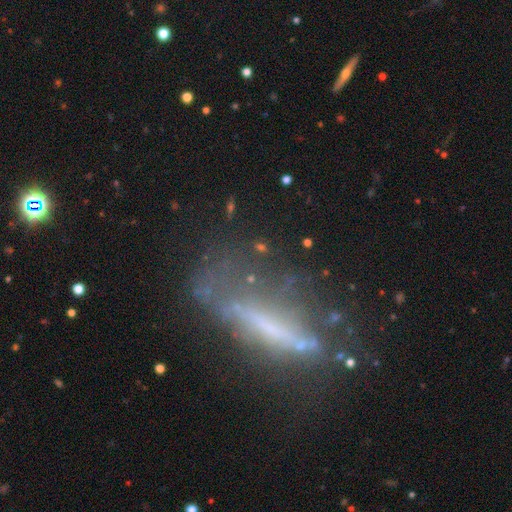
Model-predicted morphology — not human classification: Overall: featured or disk (55%; smooth 30%). Edge-on disk: yes (60%; no 40%). Merging: none (49%; minor disturbance 24%).